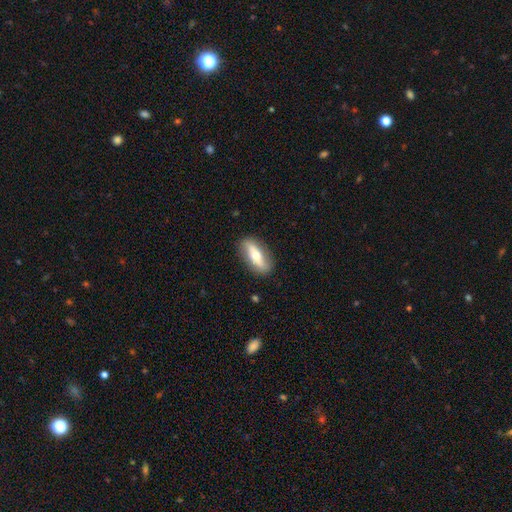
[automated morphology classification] This is possibly a featured or disk galaxy (48%). Merging: clearly none (86%).